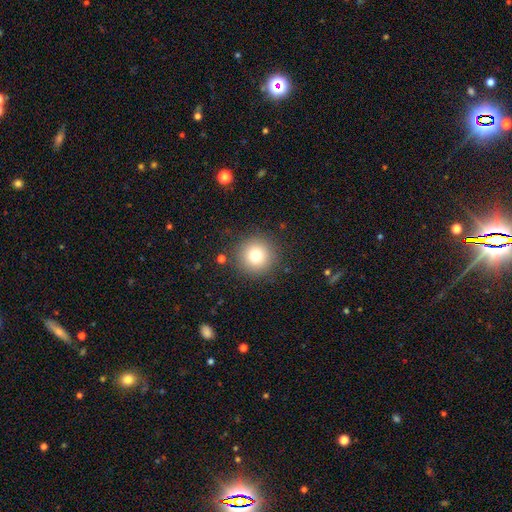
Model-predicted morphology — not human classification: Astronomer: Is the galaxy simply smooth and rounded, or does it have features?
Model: smooth — 76%.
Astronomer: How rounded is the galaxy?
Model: round — 96%.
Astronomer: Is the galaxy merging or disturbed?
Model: none — 89%.